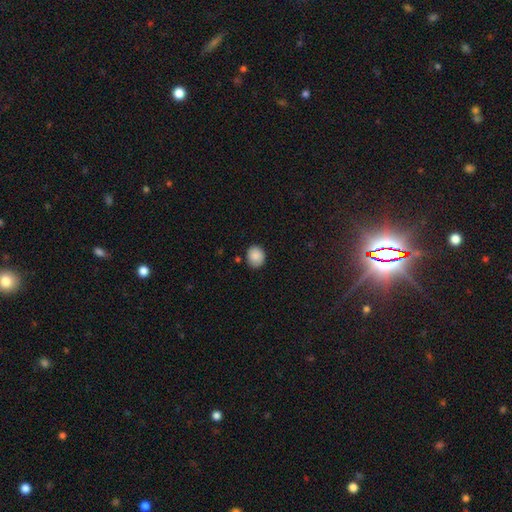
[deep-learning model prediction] Overall: smooth (87%). How rounded: round (68%; in between 31%). Merging: none (85%).